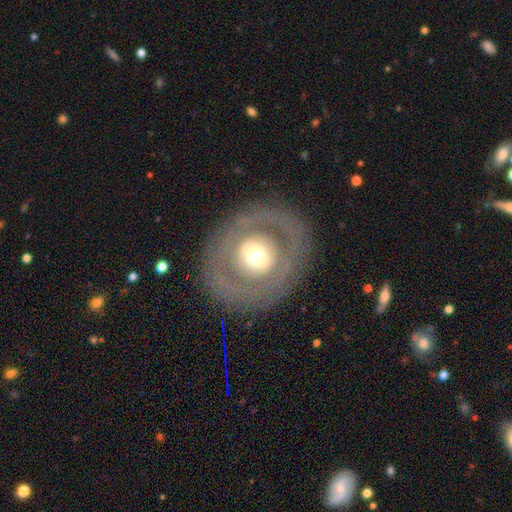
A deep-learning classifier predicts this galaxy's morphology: smooth-or-featured: featured or disk: 56% | smooth: 37% | star or artifact: 7%
  disk-edge-on: no: 94% | yes: 6%
    bar: no: 77% | weak: 15% | strong: 9%
    has-spiral-arms: no: 88% | yes: 12%
    bulge-size: moderate: 61% | large: 21% | small: 14% | dominant: 3% | none: 1%
  merging: none: 83% | minor disturbance: 9% | major disturbance: 7% | merger: 1%